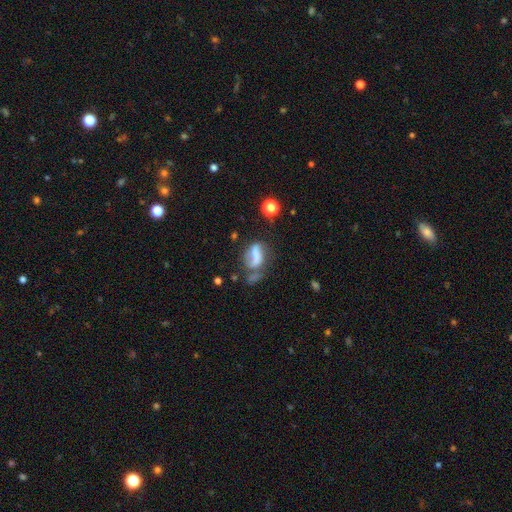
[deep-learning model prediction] This is possibly a smooth galaxy (45%). Merging: marginally major disturbance (32%).